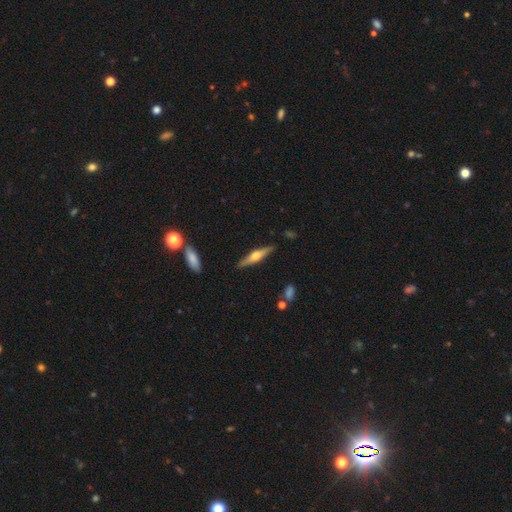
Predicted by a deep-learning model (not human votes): A featured or disk galaxy (62%) viewed edge-on (96%) with a rounded central bulge (89%). Merging: none (88%).